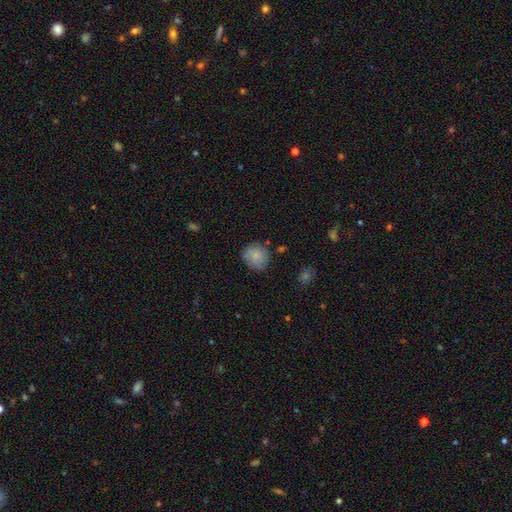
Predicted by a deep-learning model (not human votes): The model was most divided on "merging": none: 74%, minor disturbance: 19%, major disturbance: 5%, merger: 3%. More confident: how rounded — round (83%); smooth or featured — smooth (83%).